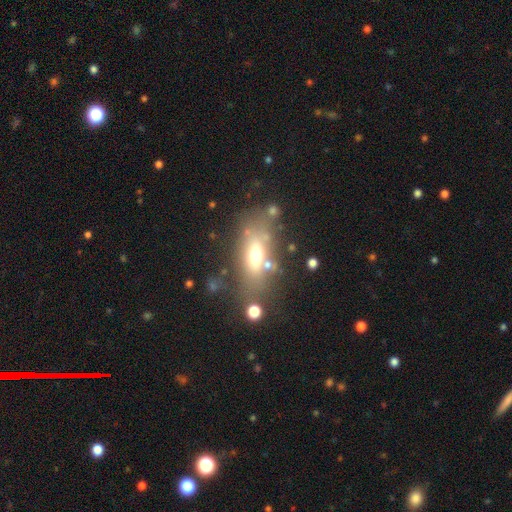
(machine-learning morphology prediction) smooth_or_featured: smooth (p=0.57) [alt: featured or disk p=0.31]
how_rounded: in between (p=0.75) [alt: cigar-shaped p=0.18]
merging: none (p=0.63) [alt: minor disturbance p=0.16]